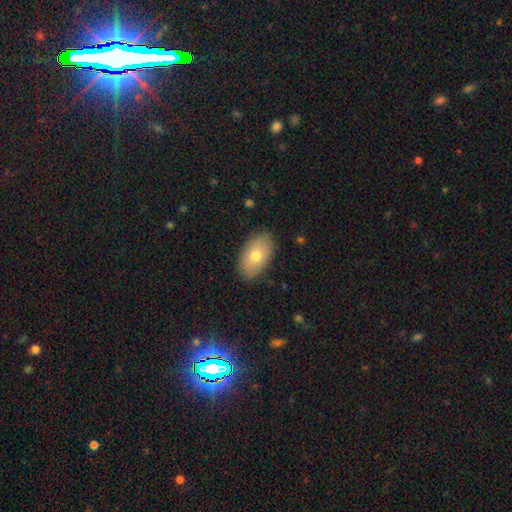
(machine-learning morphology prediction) A smooth galaxy with no disk features (75%) that is in between round and cigar-shaped (93%). Merging: none (87%).